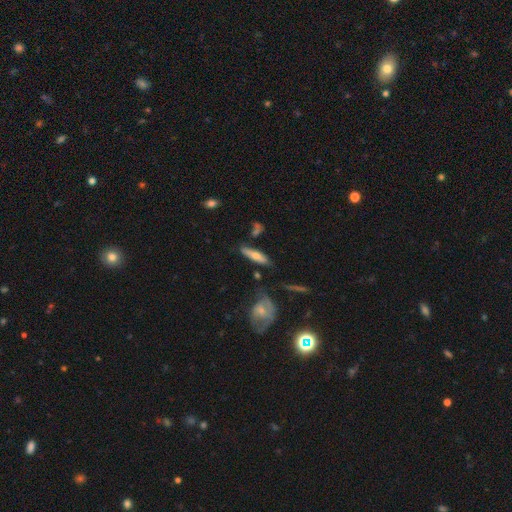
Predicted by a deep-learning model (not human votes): Smooth or featured: smooth — 58% (featured or disk — 34%)
How rounded: cigar-shaped — 69% (in between — 28%)
Merging: none — 71% (minor disturbance — 17%)